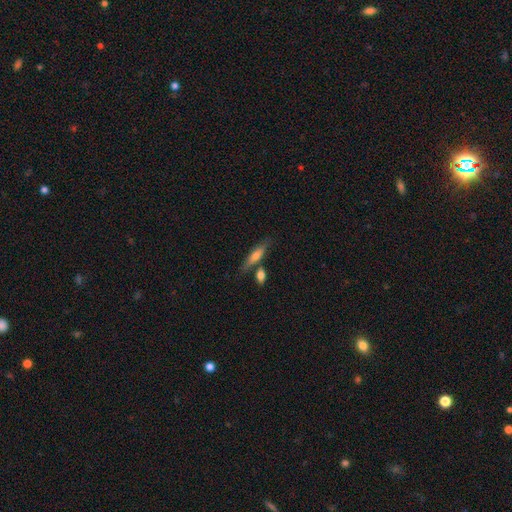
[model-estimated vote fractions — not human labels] Smooth or featured? smooth (59%)
How rounded? cigar-shaped (71%)
Merging? none (66%)